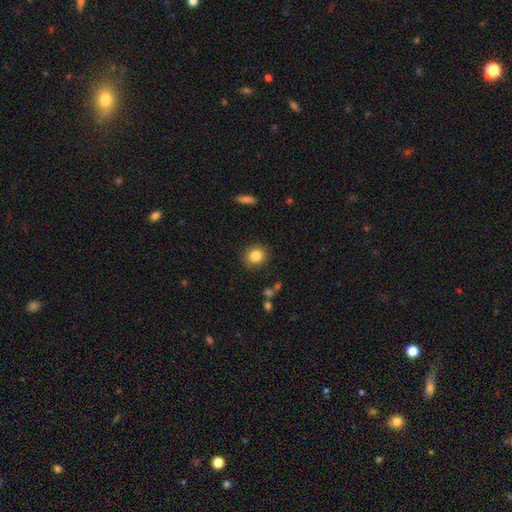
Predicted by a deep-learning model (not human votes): smooth-or-featured: smooth: 84% | star or artifact: 10% | featured or disk: 6%
  how-rounded: round: 85% | in between: 14% | cigar-shaped: 1%
  merging: none: 88% | minor disturbance: 8% | major disturbance: 2% | merger: 2%